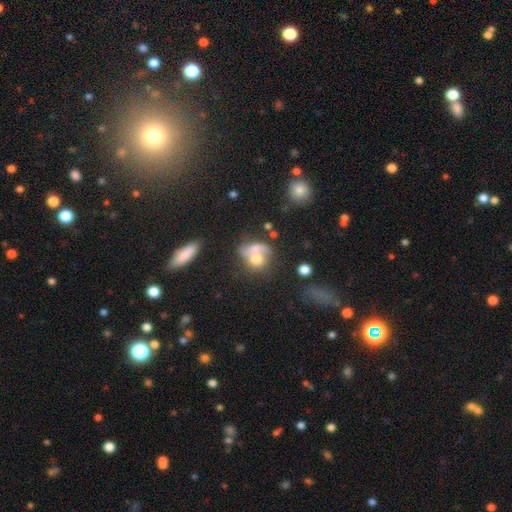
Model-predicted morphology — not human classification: Overall: smooth (60%; featured or disk 29%). How rounded: round (56%; in between 42%). Merging: merger (56%; none 21%).